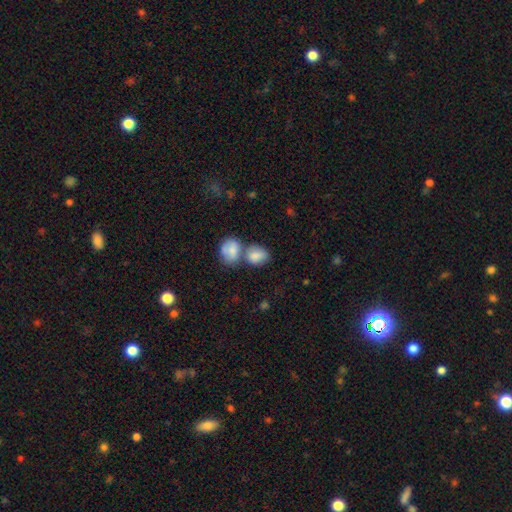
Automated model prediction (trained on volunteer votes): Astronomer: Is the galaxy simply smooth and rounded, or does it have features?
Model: smooth — 84%.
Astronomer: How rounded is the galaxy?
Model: in between — 61% (runner-up: round, 37%).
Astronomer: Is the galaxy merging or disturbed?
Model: merger — 54% (runner-up: none, 32%).